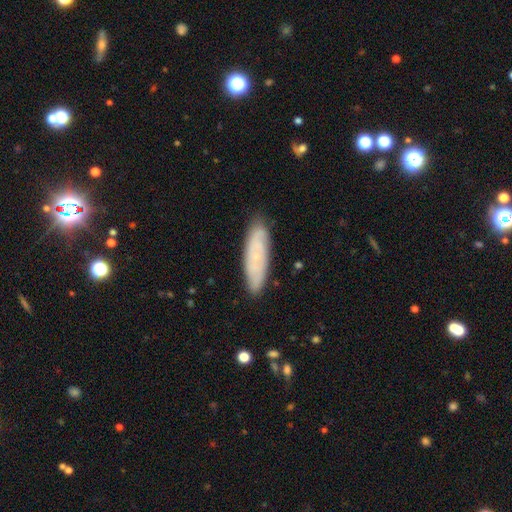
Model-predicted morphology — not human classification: A smooth galaxy with no disk features (48%). Merging: none (83%).